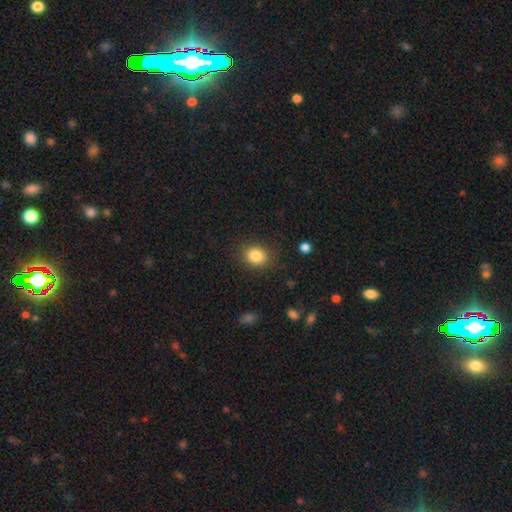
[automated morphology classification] A smooth galaxy with no disk features (85%) that is round (57%).

Vote fractions:
- Smooth or featured? smooth: 85% / star or artifact: 10% / featured or disk: 5%
- How rounded? round: 57% / in between: 42% / cigar-shaped: 1%
- Merging? none: 84% / minor disturbance: 11% / major disturbance: 4% / merger: 1%